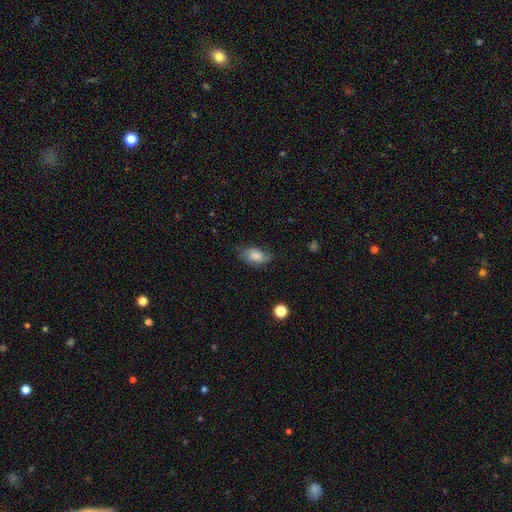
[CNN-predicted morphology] type=smooth (68%); roundness=in between (88%); merging=none (60%).